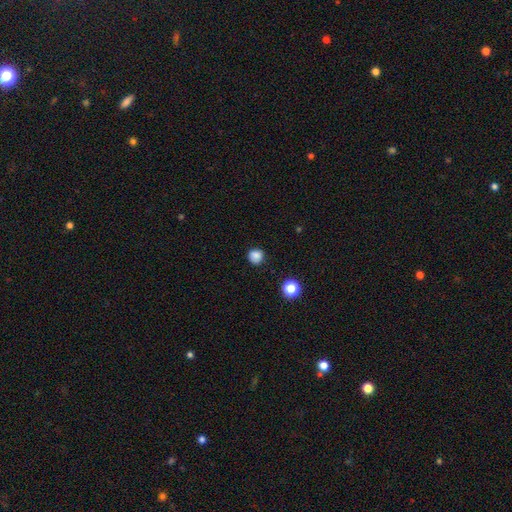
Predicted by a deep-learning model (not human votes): smooth-or-featured: smooth: 84% | star or artifact: 12% | featured or disk: 4%
  how-rounded: round: 92% | in between: 7% | cigar-shaped: 1%
  merging: none: 87% | minor disturbance: 9% | major disturbance: 2% | merger: 1%